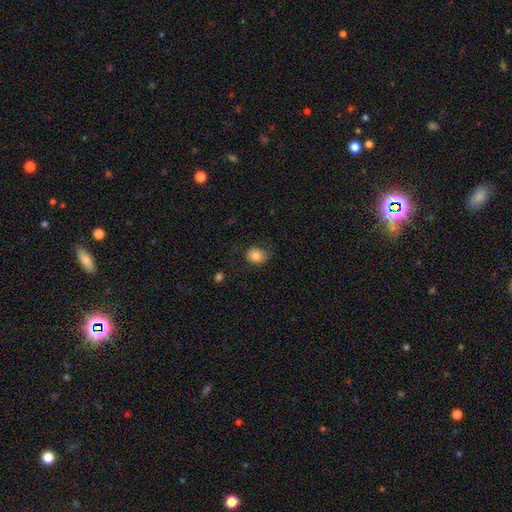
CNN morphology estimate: This is clearly a smooth galaxy (82%). How rounded: likely round (66%). Merging: likely none (69%).